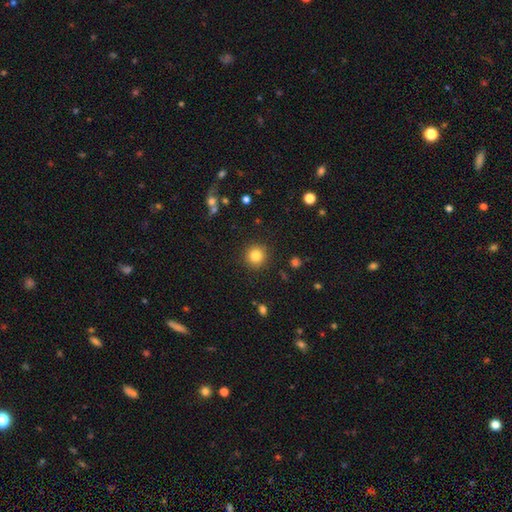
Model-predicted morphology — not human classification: Smooth or featured: smooth — 83% (star or artifact — 11%)
How rounded: round — 94% (in between — 5%)
Merging: none — 91% (minor disturbance — 6%)